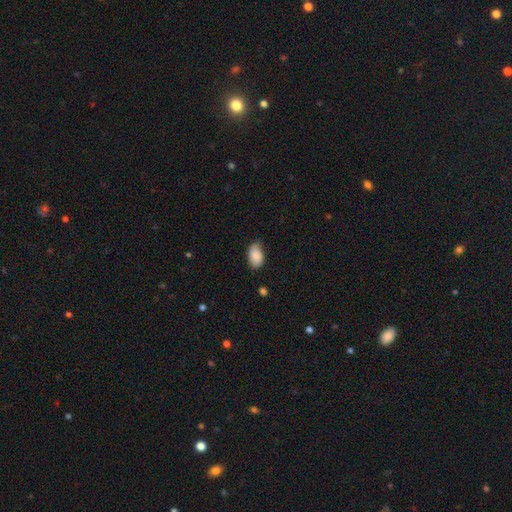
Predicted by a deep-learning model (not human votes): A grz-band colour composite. It shows a smooth galaxy with no disk features (86%) that is in between round and cigar-shaped (92%). Merging: none (70%).